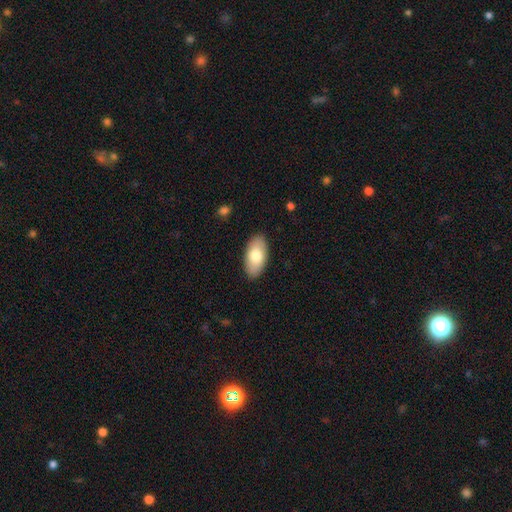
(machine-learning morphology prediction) This appears to be a smooth galaxy with no disk features (76%) that is in between round and cigar-shaped (94%). Merging: none (88%).